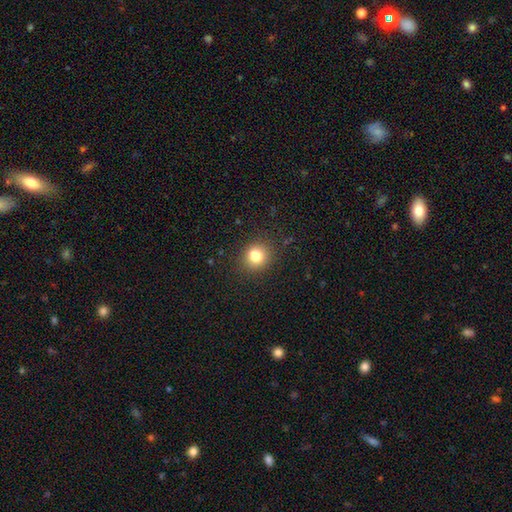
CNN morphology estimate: Overall: smooth (79%). How rounded: round (76%). Merging: none (77%).